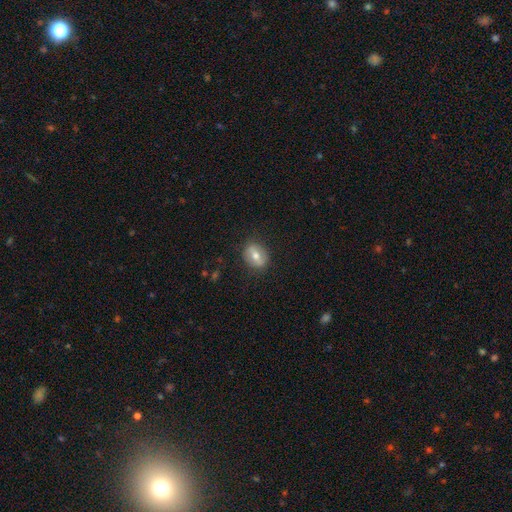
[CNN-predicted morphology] The model was most divided on "how rounded": in between: 50%, round: 48%, cigar-shaped: 2%. More confident: merging — none (84%); smooth or featured — smooth (53%).